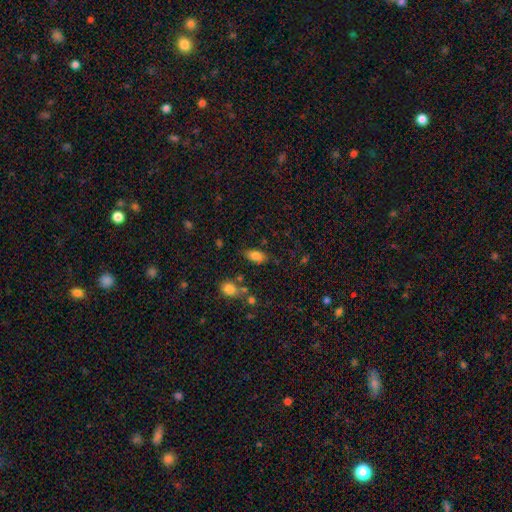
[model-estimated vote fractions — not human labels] Smooth or featured: smooth — 80% (featured or disk — 10%)
How rounded: in between — 88% (cigar-shaped — 7%)
Merging: none — 74% (minor disturbance — 16%)